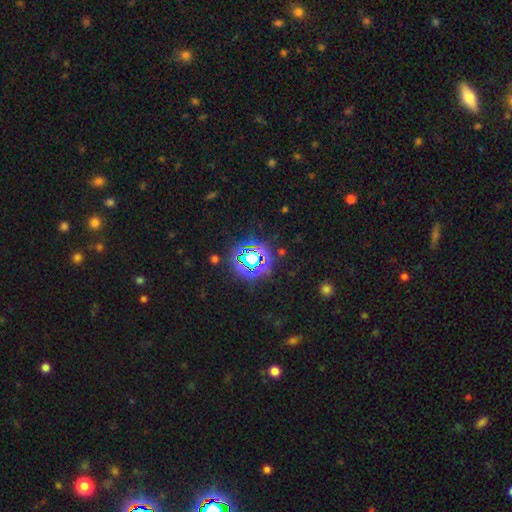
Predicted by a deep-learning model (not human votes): Smooth or featured? star or artifact (72%)